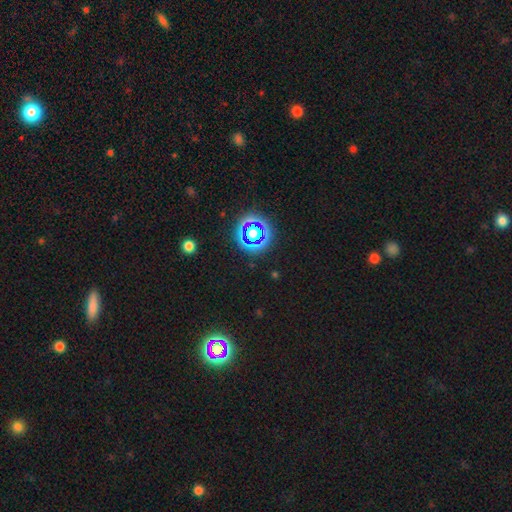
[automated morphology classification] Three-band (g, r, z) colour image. It shows a star or artifact, not a galaxy (53%).